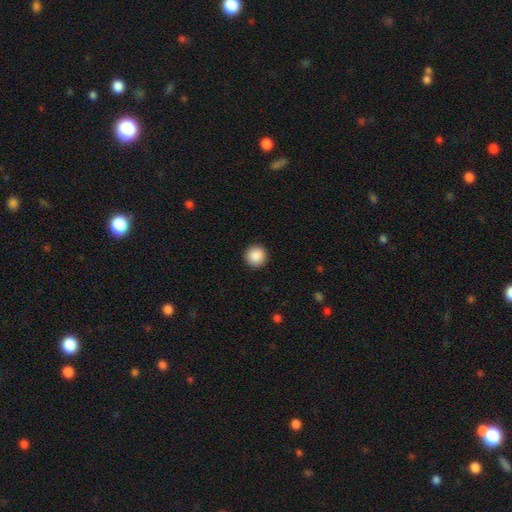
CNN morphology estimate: smooth 89%, star or artifact 8%, featured or disk 3%. Down the decision tree: how rounded — round (95%); merging — none (93%).